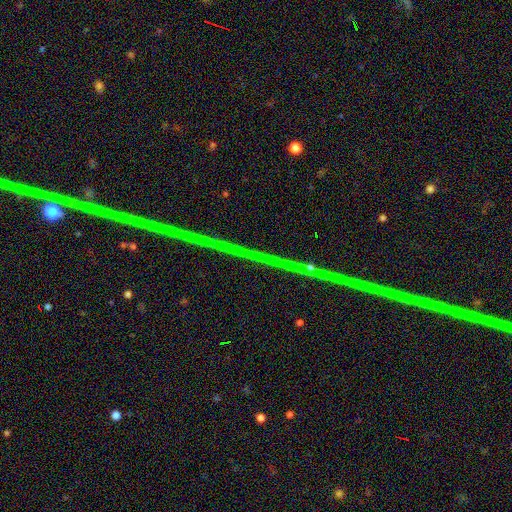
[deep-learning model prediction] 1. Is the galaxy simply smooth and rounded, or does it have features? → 79% star or artifact, 15% featured or disk, 6% smooth.